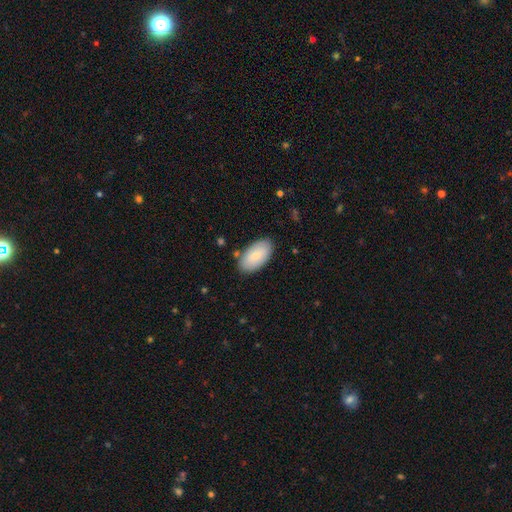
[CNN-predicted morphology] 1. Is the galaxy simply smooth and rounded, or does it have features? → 81% smooth, 13% featured or disk, 6% star or artifact.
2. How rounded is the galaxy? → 96% in between, 2% round, 2% cigar-shaped.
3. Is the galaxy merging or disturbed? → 83% none, 12% minor disturbance, 3% major disturbance, 2% merger.